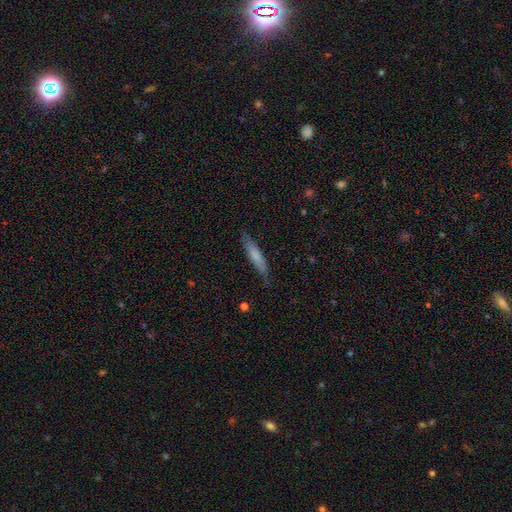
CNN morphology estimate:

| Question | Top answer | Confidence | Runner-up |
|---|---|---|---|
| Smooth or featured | smooth | 70% | featured or disk (24%) |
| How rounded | cigar-shaped | 87% | in between (11%) |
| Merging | none | 76% | minor disturbance (19%) |